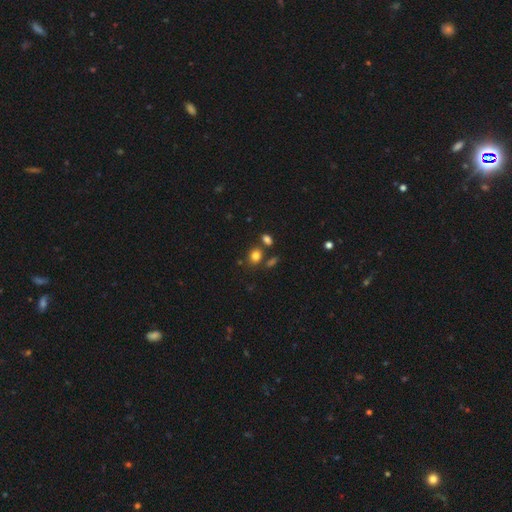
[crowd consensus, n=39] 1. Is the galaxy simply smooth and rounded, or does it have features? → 90% smooth, 5% featured or disk, 5% star or artifact.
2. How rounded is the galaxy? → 60% round, 40% in between, 0% cigar-shaped.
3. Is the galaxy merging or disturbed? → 81% none, 8% minor disturbance, 8% merger, 3% major disturbance.